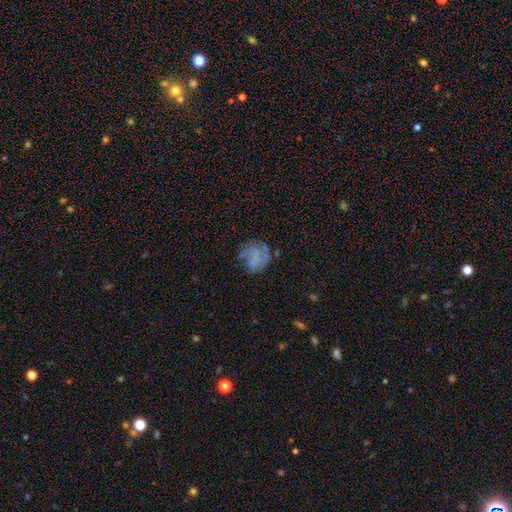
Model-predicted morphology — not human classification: Smooth or featured: featured or disk — 59% (smooth — 30%)
Edge-on disk: no — 98% (yes — 2%)
Bar: no — 68% (weak — 25%)
Spiral arms: yes — 78% (no — 22%)
Bulge size: none — 73% (small — 14%)
Merging: none — 52% (major disturbance — 23%)